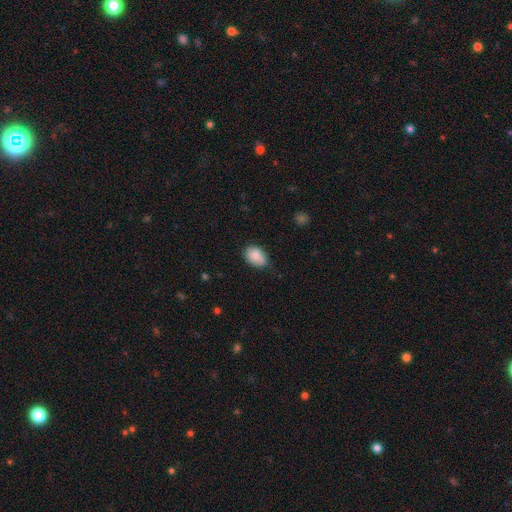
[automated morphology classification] Smooth or featured? Predicted: smooth (p=0.84). How rounded? Predicted: in between (p=0.83). Merging? Predicted: none (p=0.70).